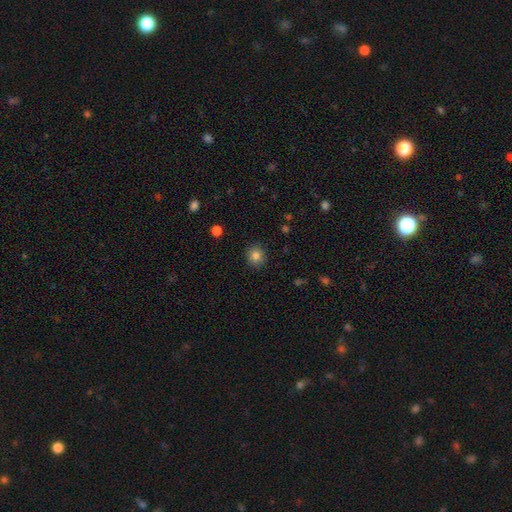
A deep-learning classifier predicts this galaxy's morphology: smooth 84%, star or artifact 11%, featured or disk 5%. Down the decision tree: how rounded — round (88%); merging — none (90%).